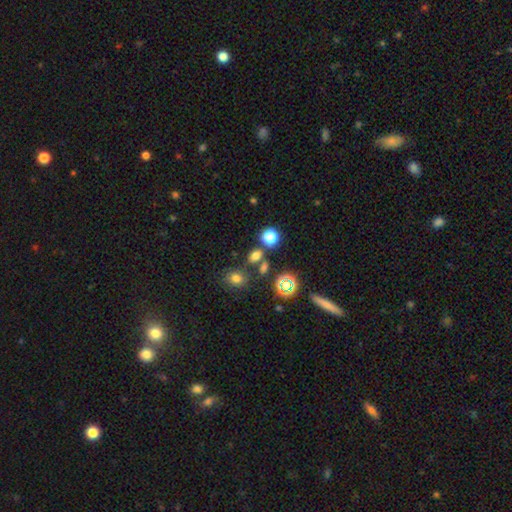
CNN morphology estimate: Smooth or featured? smooth (66%)
How rounded? in between (49%, tied with round)
Merging? none (65%)